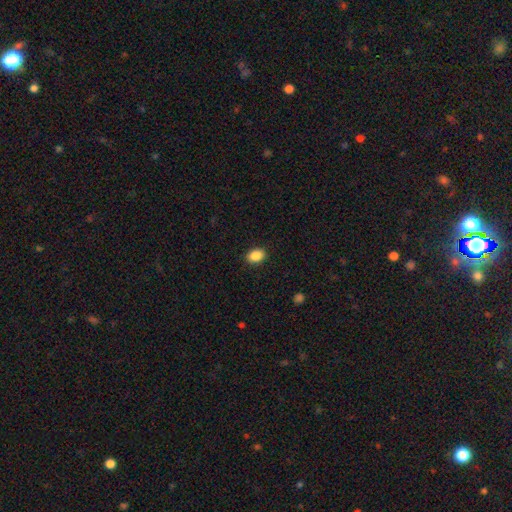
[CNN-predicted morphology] This appears to be a smooth galaxy with no disk features (88%) that is in between round and cigar-shaped (73%). Merging: none (90%).